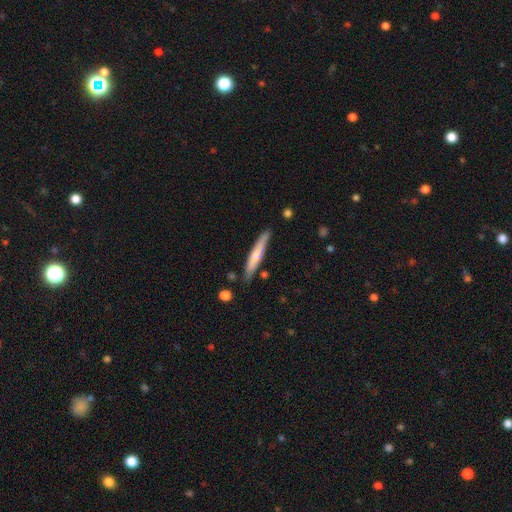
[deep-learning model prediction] The model was most divided on "smooth or featured": smooth: 53%, featured or disk: 42%, star or artifact: 6%. More confident: how rounded — cigar-shaped (93%); merging — none (82%).